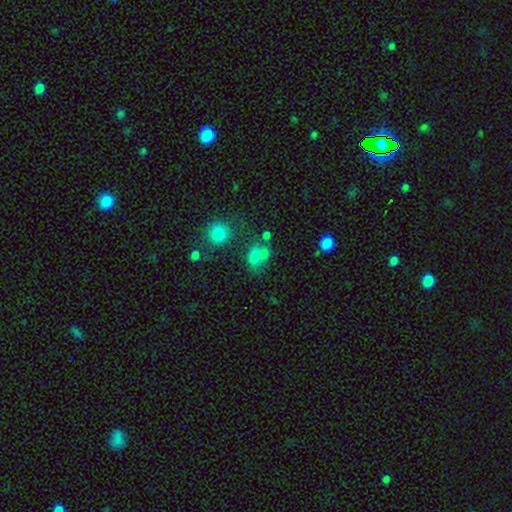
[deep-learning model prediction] Smooth or featured? smooth (71%)
How rounded? in between (62%)
Merging? merger (40%)